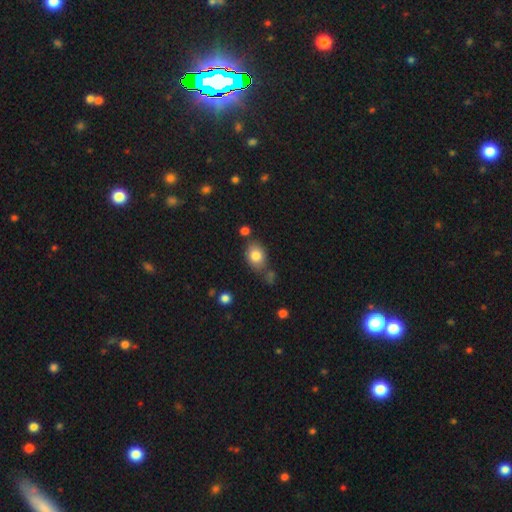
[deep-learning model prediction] This appears to be a smooth galaxy with no disk features (83%) that is in between round and cigar-shaped (71%). Merging: none (66%).